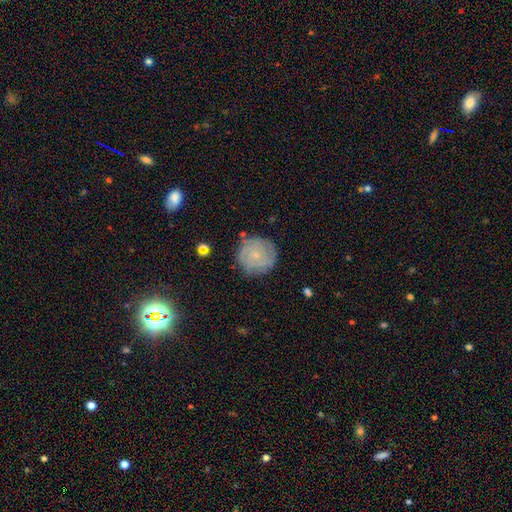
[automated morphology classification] A featured or disk galaxy (57%) with no bar (78%), spiral arms (83%) and a small central bulge (77%). Merging: none (79%).